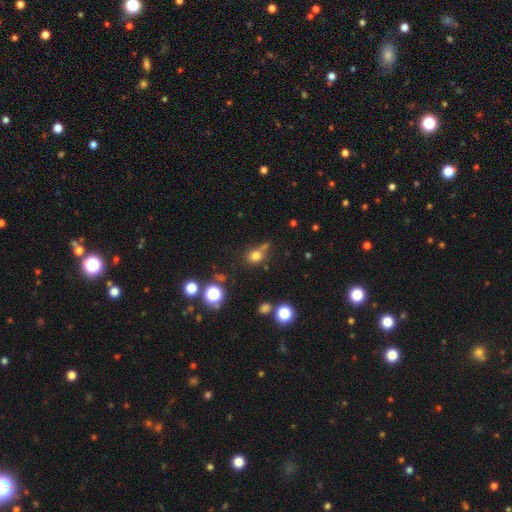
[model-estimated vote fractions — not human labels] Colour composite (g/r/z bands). It shows a smooth galaxy with no disk features (75%) that is round (76%). Merging: none (61%).